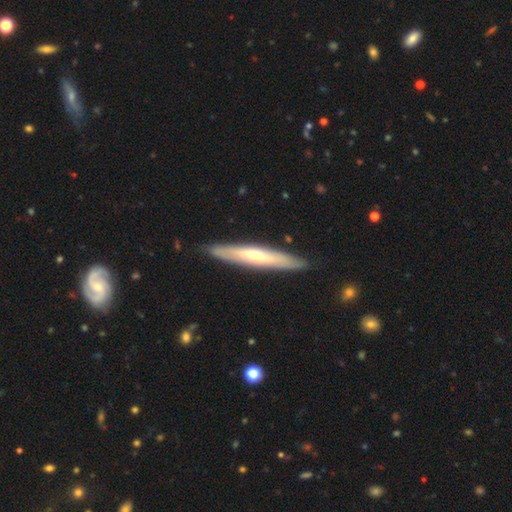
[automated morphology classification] Smooth or featured? Predicted: featured or disk (p=0.48). Merging? Predicted: none (p=0.88).